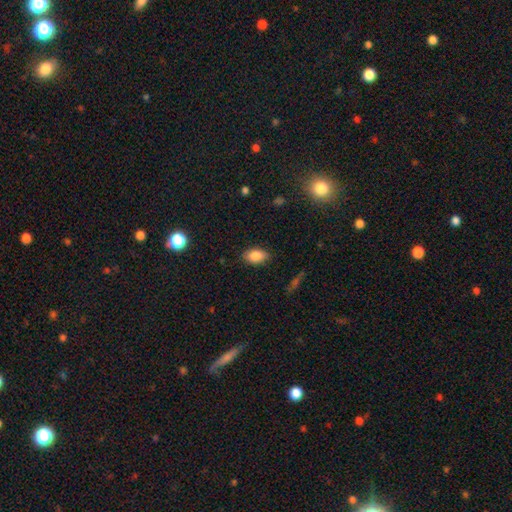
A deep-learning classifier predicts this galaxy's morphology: Smooth or featured: smooth — 85% (star or artifact — 8%)
How rounded: in between — 90% (round — 8%)
Merging: none — 85% (minor disturbance — 11%)